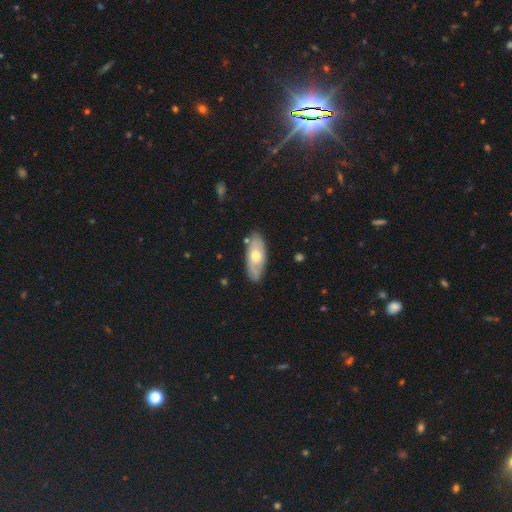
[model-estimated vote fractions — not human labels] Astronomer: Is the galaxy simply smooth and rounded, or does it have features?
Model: smooth — 48% (runner-up: featured or disk, 47%).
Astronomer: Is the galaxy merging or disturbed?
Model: none — 80%.